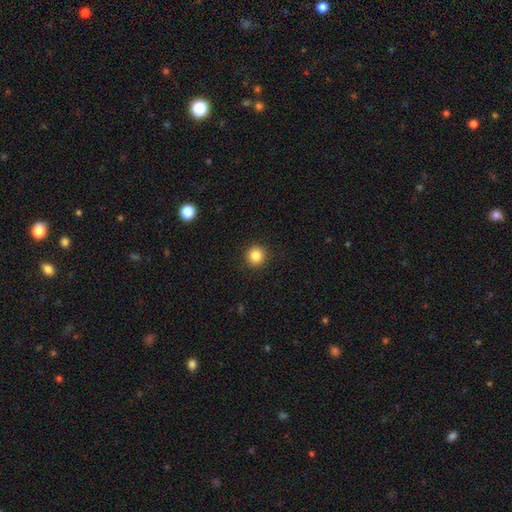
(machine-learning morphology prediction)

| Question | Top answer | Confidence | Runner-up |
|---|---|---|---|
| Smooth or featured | smooth | 85% | star or artifact (10%) |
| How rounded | round | 93% | in between (6%) |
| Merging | none | 92% | minor disturbance (5%) |